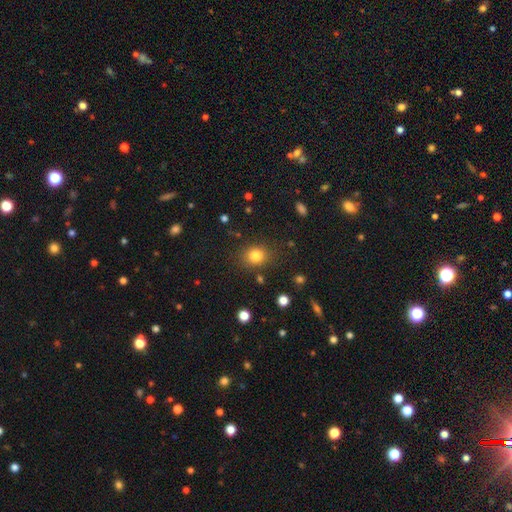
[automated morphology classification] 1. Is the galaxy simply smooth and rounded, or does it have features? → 81% smooth, 12% star or artifact, 7% featured or disk.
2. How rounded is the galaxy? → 61% round, 38% in between, 1% cigar-shaped.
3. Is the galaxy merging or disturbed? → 82% none, 11% minor disturbance, 4% major disturbance, 3% merger.